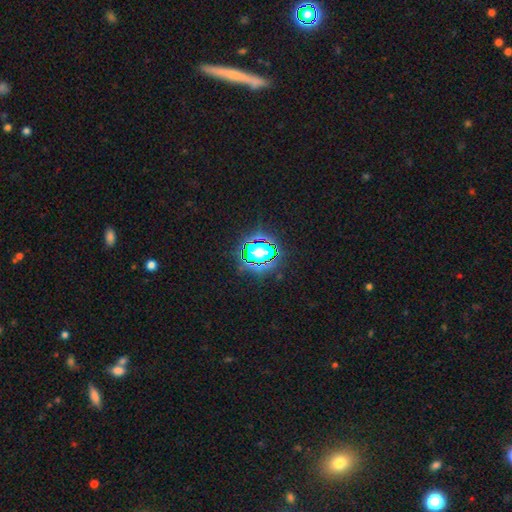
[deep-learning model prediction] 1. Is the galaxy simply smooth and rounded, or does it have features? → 78% star or artifact, 13% smooth, 8% featured or disk.